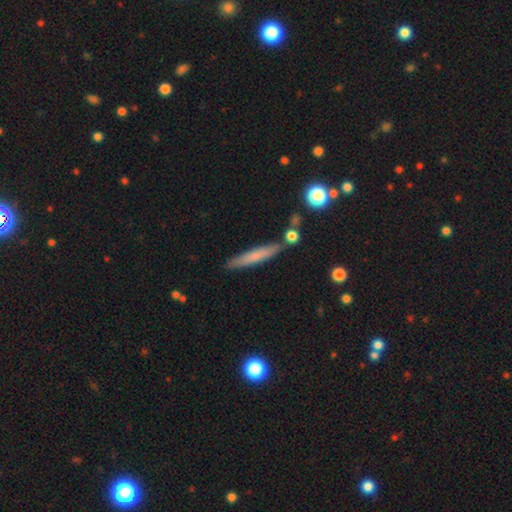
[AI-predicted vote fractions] Overall: smooth (65%; featured or disk 28%). How rounded: cigar-shaped (94%). Merging: none (83%).